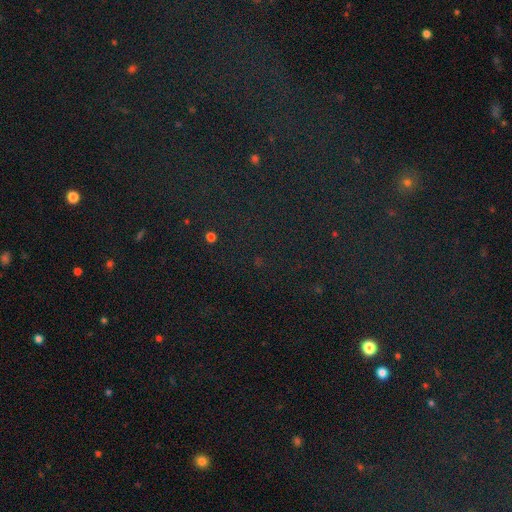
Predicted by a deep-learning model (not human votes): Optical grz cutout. It shows a star or artifact, not a galaxy (80%).